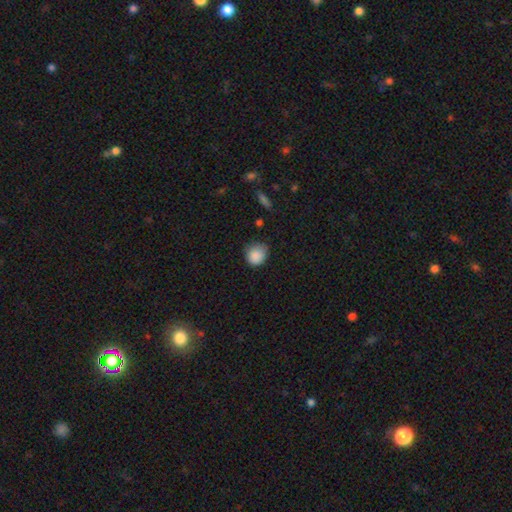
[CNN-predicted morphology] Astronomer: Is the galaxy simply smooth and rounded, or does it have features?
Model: smooth — 87%.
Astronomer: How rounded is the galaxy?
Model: round — 83%.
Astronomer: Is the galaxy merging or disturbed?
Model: none — 64%.